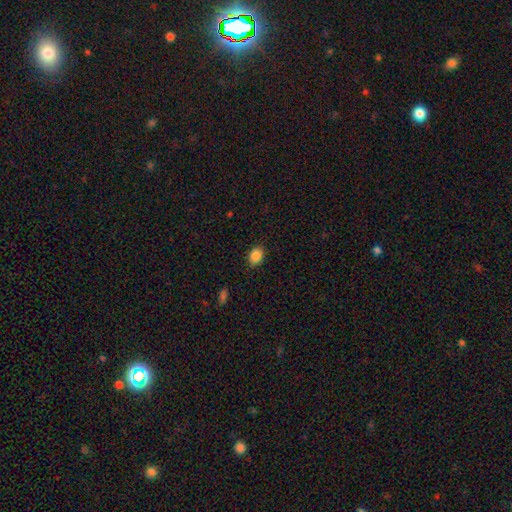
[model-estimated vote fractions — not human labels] smooth_or_featured: smooth (p=0.87) [alt: star or artifact p=0.09]
how_rounded: in between (p=0.64) [alt: round p=0.35]
merging: none (p=0.85) [alt: minor disturbance p=0.12]